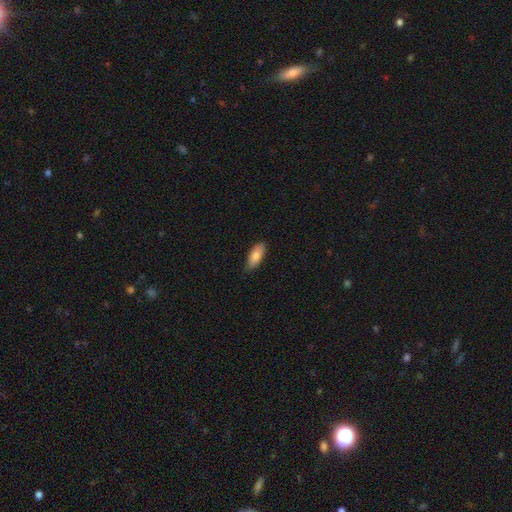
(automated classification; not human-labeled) Overall: smooth (81%). How rounded: in between (79%). Merging: none (82%).